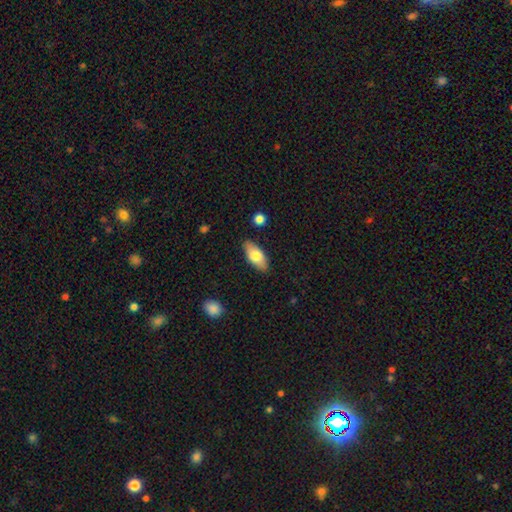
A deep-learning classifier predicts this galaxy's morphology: Smooth or featured: smooth — 72% (featured or disk — 21%)
How rounded: in between — 85% (cigar-shaped — 12%)
Merging: none — 86% (minor disturbance — 10%)